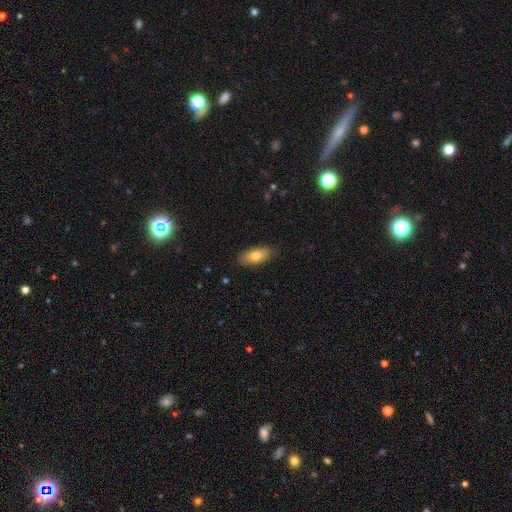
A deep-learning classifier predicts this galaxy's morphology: Smooth or featured? Predicted: smooth (p=0.77). How rounded? Predicted: in between (p=0.88). Merging? Predicted: none (p=0.84).